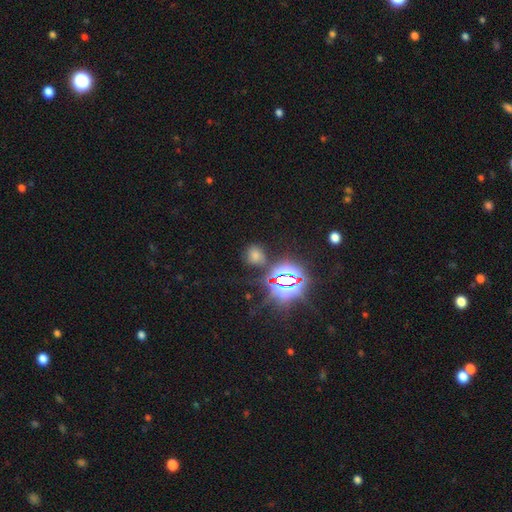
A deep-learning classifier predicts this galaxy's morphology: Q: Smooth or featured?
A: smooth (50%); runner-up: star or artifact (41%)
Q: How rounded?
A: round (66%); runner-up: in between (32%)
Q: Merging?
A: none (72%); runner-up: minor disturbance (16%)